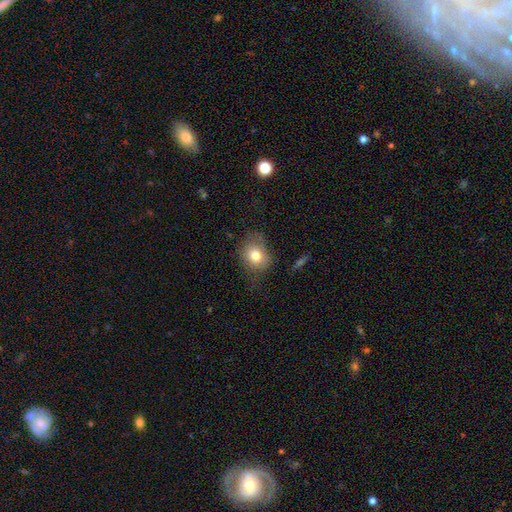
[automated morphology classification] A smooth galaxy with no disk features (77%) that is round (59%). Merging: none (62%).